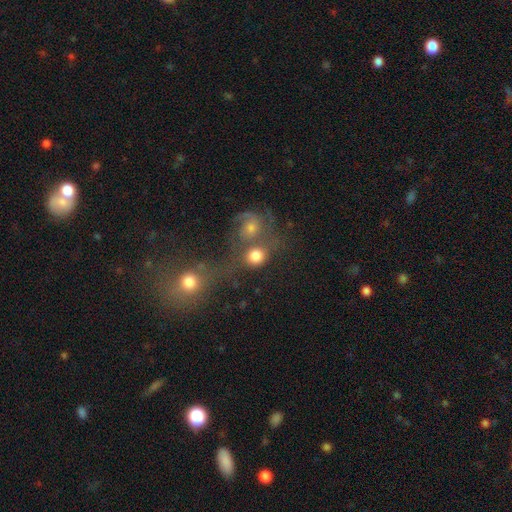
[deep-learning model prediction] This appears to be a smooth galaxy with no disk features (73%) that is round (79%). Merging: merger (43%).